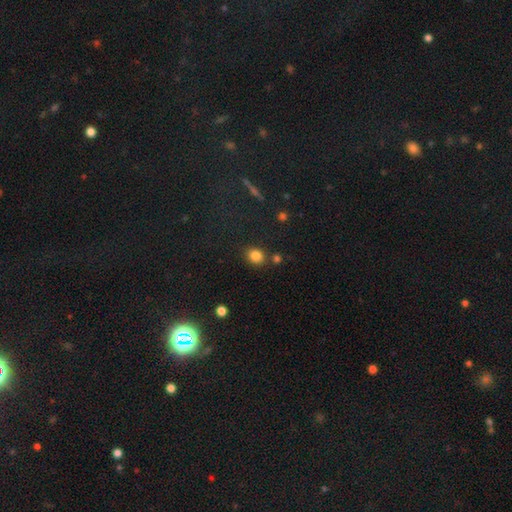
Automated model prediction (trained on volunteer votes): A smooth galaxy with no disk features (82%) that is round (62%). Merging: none (79%).